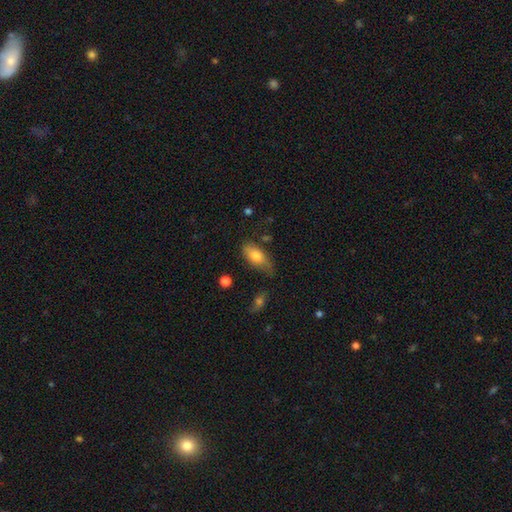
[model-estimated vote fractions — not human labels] Smooth or featured?
  - smooth: 76% *
  - featured or disk: 16%
  - star or artifact: 7%
How rounded?
  - in between: 86% *
  - cigar-shaped: 10%
  - round: 4%
Merging?
  - none: 57% *
  - minor disturbance: 30%
  - major disturbance: 8%
  - merger: 4%